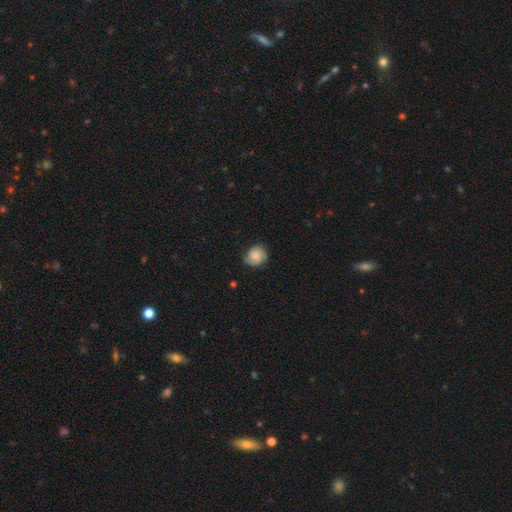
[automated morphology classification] type=smooth (54%); roundness=round (76%); merging=none (74%).